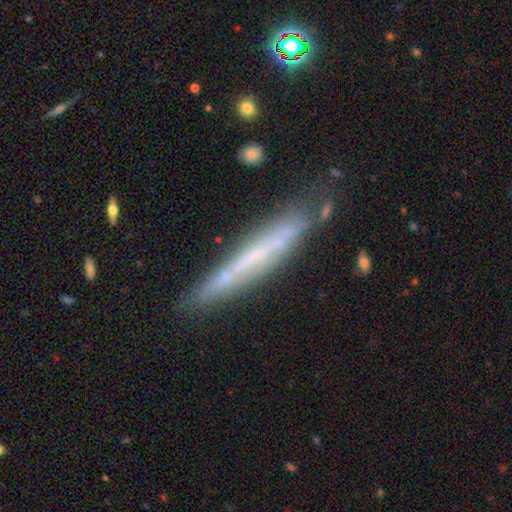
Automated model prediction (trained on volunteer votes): featured or disk 56%, smooth 36%, star or artifact 8%. Down the decision tree: edge-on disk — yes (87%); merging — none (73%).